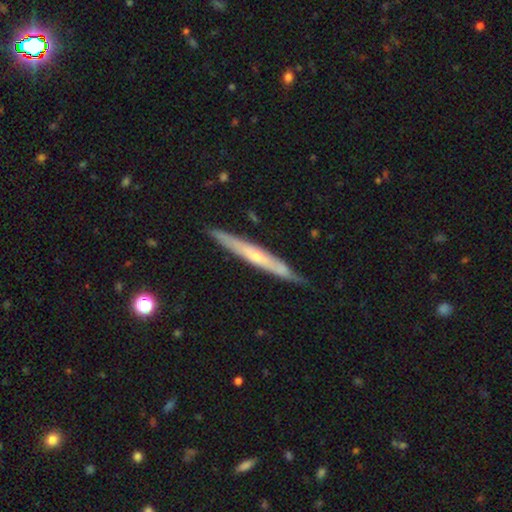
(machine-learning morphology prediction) Overall: featured or disk (60%; smooth 35%). Edge-on disk: yes (90%). Edge-on bulge: rounded (53%; none 43%). Merging: none (83%).